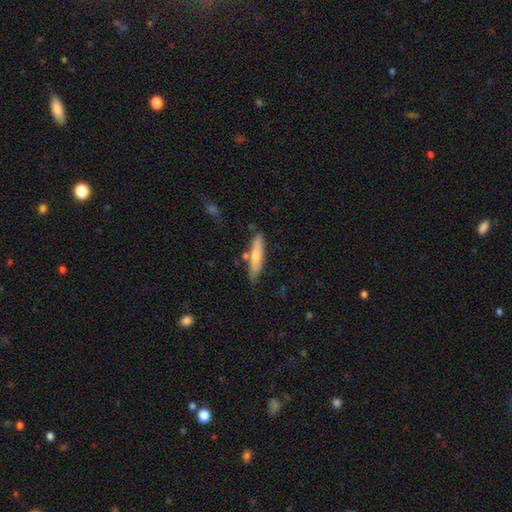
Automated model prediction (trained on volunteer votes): Q: Smooth or featured?
A: smooth (66%); runner-up: featured or disk (28%)
Q: How rounded?
A: cigar-shaped (82%); runner-up: in between (17%)
Q: Merging?
A: none (71%); runner-up: minor disturbance (17%)